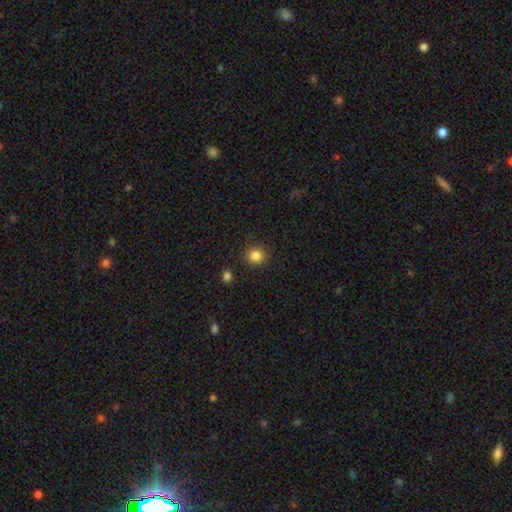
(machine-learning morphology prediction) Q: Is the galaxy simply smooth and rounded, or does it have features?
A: smooth — 85%.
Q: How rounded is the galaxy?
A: round — 82%.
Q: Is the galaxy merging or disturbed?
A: none — 87%.